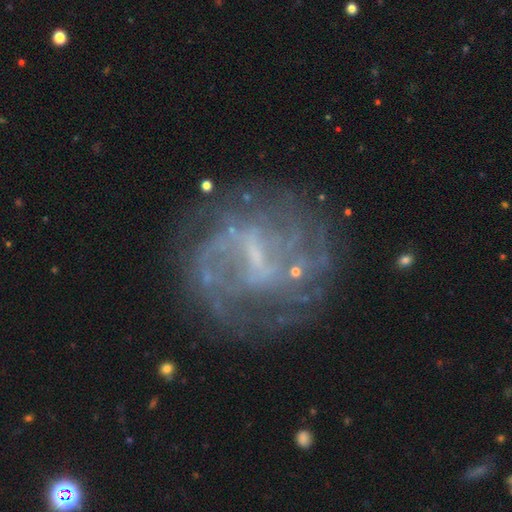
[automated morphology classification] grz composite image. It shows a featured or disk galaxy (81%) with a weak bar (52%), tight (38%, tied with medium) spiral arms (80%) and a small central bulge (54%). Merging: none (71%).